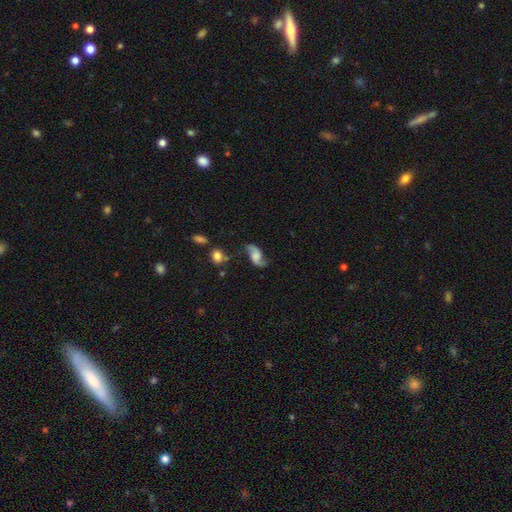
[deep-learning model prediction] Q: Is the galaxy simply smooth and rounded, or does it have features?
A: featured or disk — 75%.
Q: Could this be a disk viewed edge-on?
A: no — 96%.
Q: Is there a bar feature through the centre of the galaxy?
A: no — 57%.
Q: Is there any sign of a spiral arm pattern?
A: yes — 94%.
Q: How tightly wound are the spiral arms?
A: loose — 73%.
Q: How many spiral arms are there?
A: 2 — 92%.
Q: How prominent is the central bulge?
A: none — 36%.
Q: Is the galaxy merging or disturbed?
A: none — 69%.